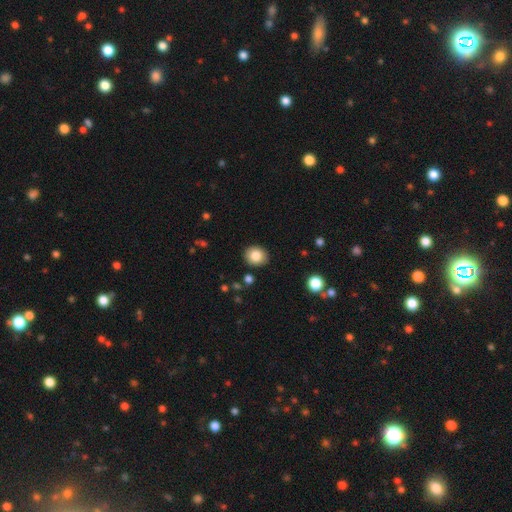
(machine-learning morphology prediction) A smooth galaxy with no disk features (83%) that is round (74%). Merging: none (89%).